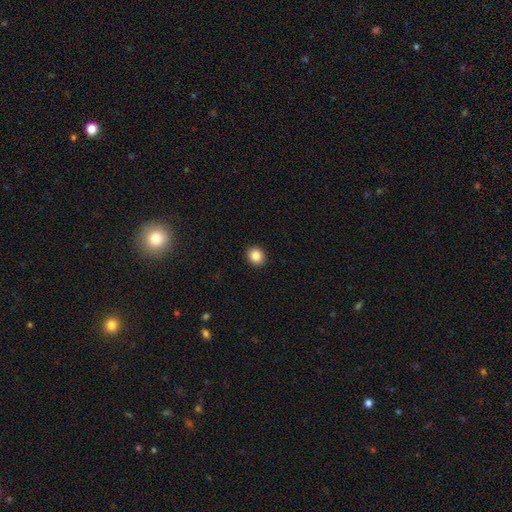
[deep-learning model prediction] smooth-or-featured: smooth: 86% | star or artifact: 10% | featured or disk: 5%
  how-rounded: round: 76% | in between: 24% | cigar-shaped: 1%
  merging: none: 92% | minor disturbance: 5% | major disturbance: 2% | merger: 1%